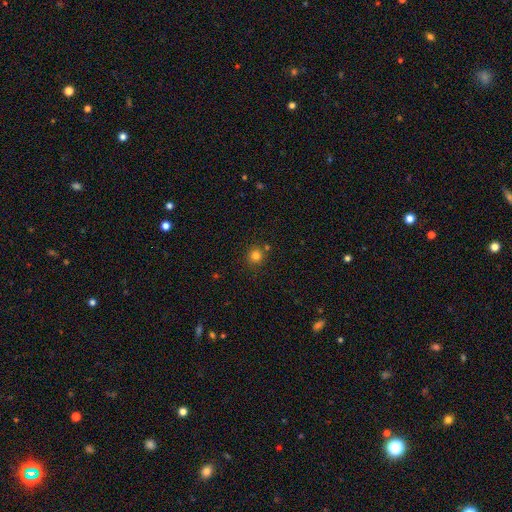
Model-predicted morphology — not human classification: The model was most divided on "smooth or featured": smooth: 80%, star or artifact: 14%, featured or disk: 6%. More confident: how rounded — round (91%); merging — none (80%).